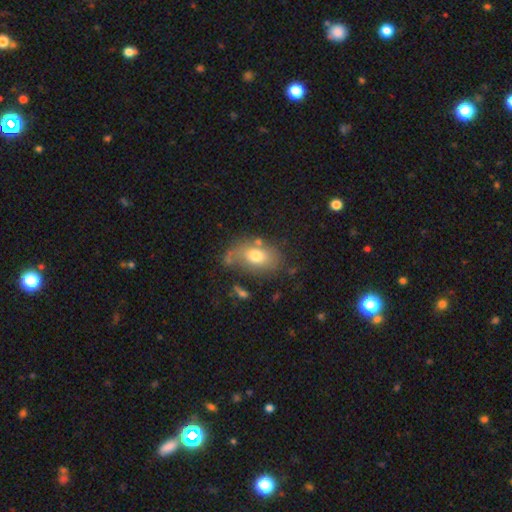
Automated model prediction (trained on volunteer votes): A smooth galaxy with no disk features (71%) that is in between round and cigar-shaped (83%). Merging: none (62%).